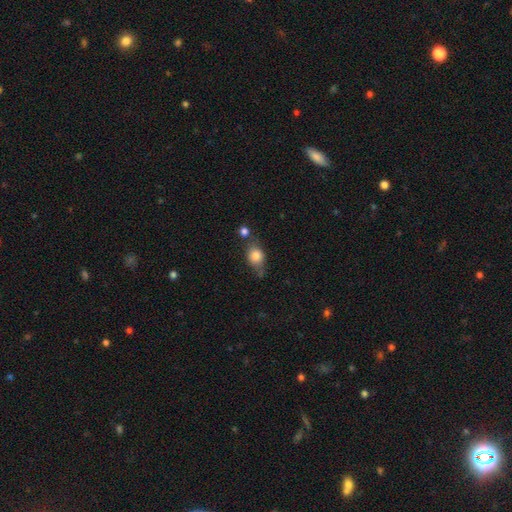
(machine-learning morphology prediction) Smooth or featured?
  - smooth: 78% *
  - featured or disk: 13%
  - star or artifact: 9%
How rounded?
  - in between: 52% *
  - round: 45%
  - cigar-shaped: 3%
Merging?
  - none: 53% *
  - minor disturbance: 23%
  - merger: 16%
  - major disturbance: 8%